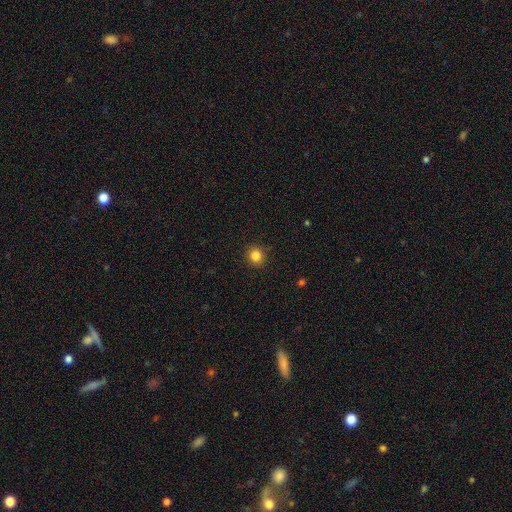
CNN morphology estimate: A smooth galaxy with no disk features (84%) that is round (85%).

Vote fractions:
- Smooth or featured? smooth: 84% / star or artifact: 11% / featured or disk: 4%
- How rounded? round: 85% / in between: 14% / cigar-shaped: 1%
- Merging? none: 90% / minor disturbance: 7% / major disturbance: 2% / merger: 1%